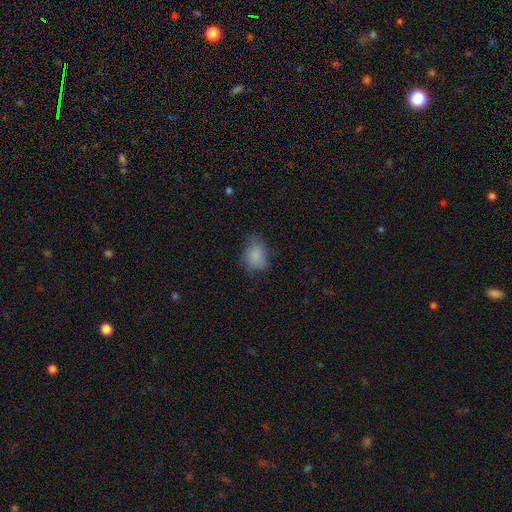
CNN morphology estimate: This appears to be a smooth galaxy with no disk features (81%) that is in between round and cigar-shaped (68%). Merging: none (57%).